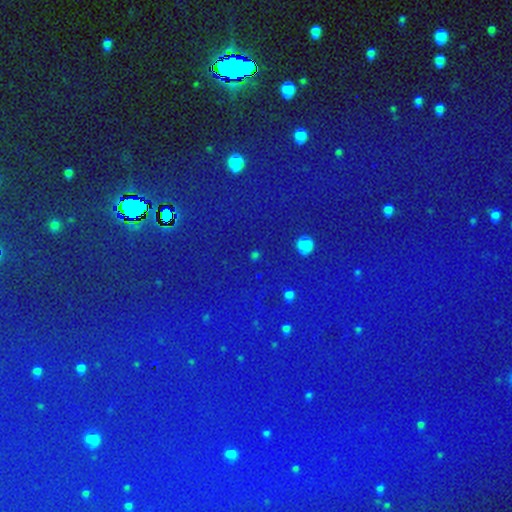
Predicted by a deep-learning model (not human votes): smooth_or_featured: star or artifact (p=0.81) [alt: smooth p=0.11]